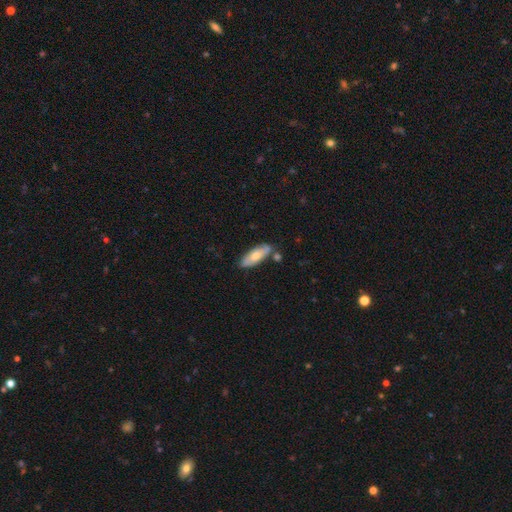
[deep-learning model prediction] The model was most divided on "smooth or featured": smooth: 62%, featured or disk: 33%, star or artifact: 6%. More confident: how rounded — in between (72%); merging — none (71%).